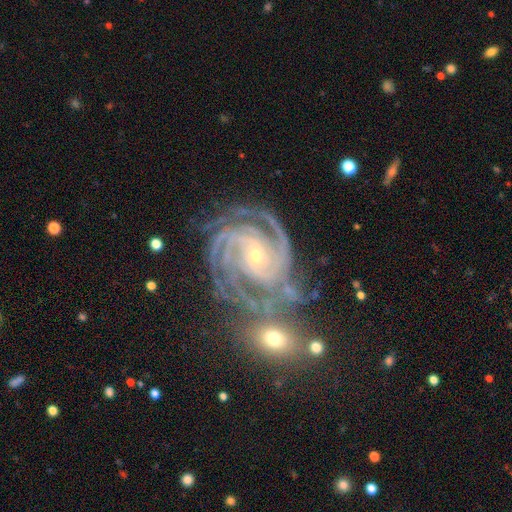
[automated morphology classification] Smooth or featured? featured or disk (91%)
Edge-on disk? no (98%)
Bar? no (57%)
Spiral arms? yes (99%)
Spiral winding? tight (71%)
Spiral arm count? 3 (33%)
Bulge size? small (78%)
Merging? none (56%)